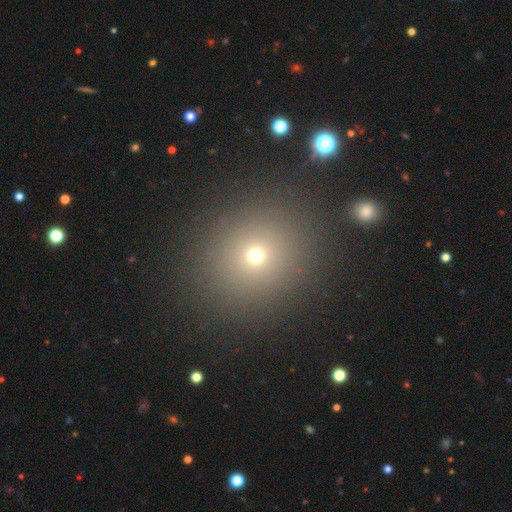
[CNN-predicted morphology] This appears to be a smooth galaxy with no disk features (68%) that is round (84%). Merging: none (87%).